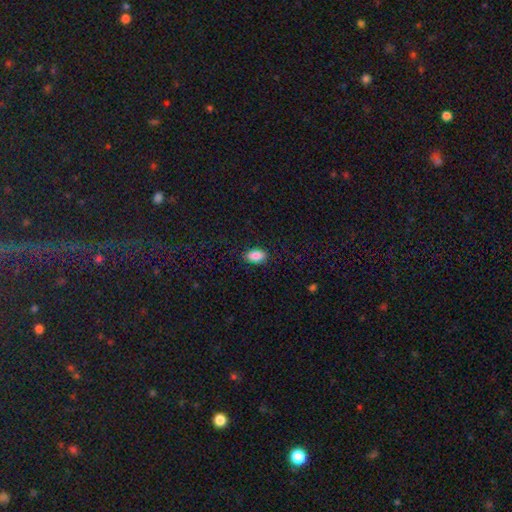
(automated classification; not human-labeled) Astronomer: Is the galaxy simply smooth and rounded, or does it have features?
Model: smooth — 86%.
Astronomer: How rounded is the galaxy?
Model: in between — 90%.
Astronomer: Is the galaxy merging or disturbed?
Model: none — 86%.